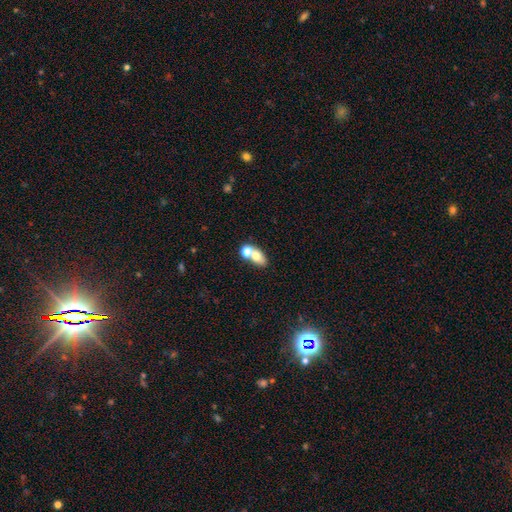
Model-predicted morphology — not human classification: Smooth or featured? Predicted: smooth (p=0.69). How rounded? Predicted: in between (p=0.72). Merging? Predicted: merger (p=0.50).